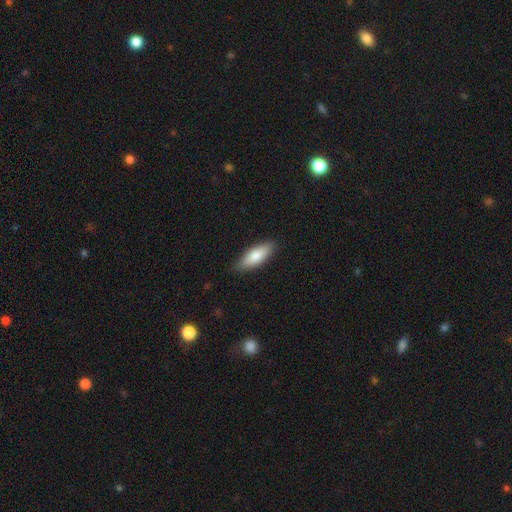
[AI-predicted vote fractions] Smooth or featured?
  - smooth: 79% *
  - featured or disk: 15%
  - star or artifact: 6%
How rounded?
  - in between: 63% *
  - cigar-shaped: 35%
  - round: 2%
Merging?
  - none: 86% *
  - minor disturbance: 11%
  - major disturbance: 2%
  - merger: 1%